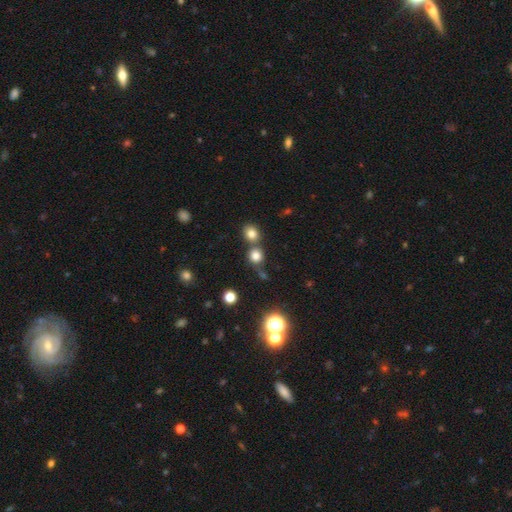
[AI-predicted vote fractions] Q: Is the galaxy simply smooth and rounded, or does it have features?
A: smooth — 77%.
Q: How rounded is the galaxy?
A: round — 85%.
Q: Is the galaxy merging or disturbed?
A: none — 59%.